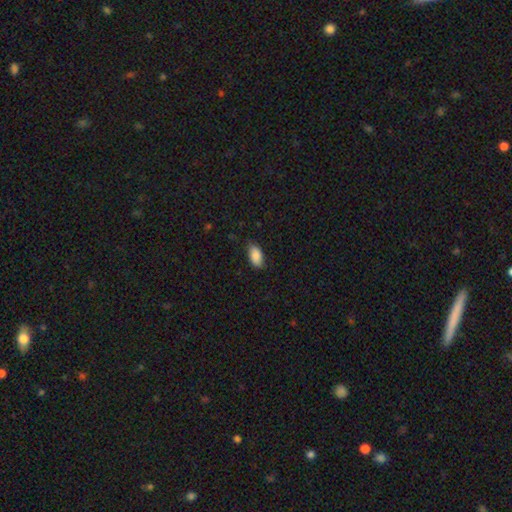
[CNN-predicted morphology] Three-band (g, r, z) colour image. It shows a smooth galaxy with no disk features (87%) that is in between round and cigar-shaped (93%). Merging: none (77%).